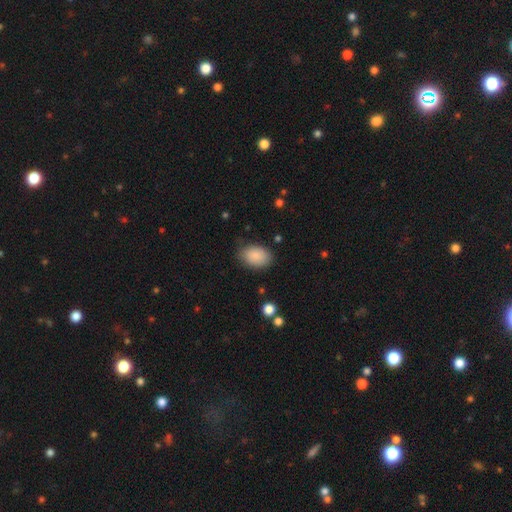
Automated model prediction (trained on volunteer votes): Smooth or featured? Predicted: smooth (p=0.88). How rounded? Predicted: in between (p=0.86). Merging? Predicted: none (p=0.80).